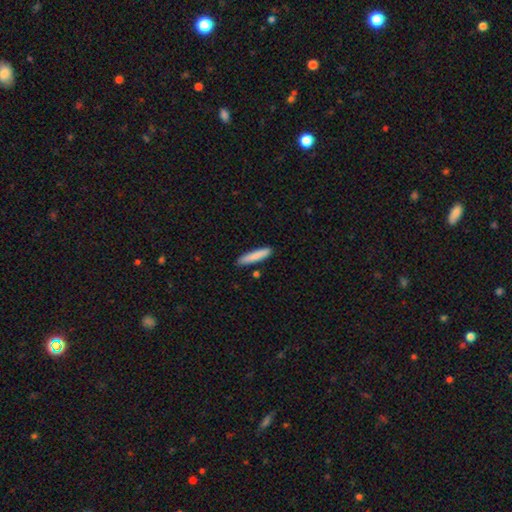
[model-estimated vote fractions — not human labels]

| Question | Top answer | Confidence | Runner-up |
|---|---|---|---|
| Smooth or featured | smooth | 85% | featured or disk (9%) |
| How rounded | cigar-shaped | 87% | in between (11%) |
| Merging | none | 87% | minor disturbance (8%) |